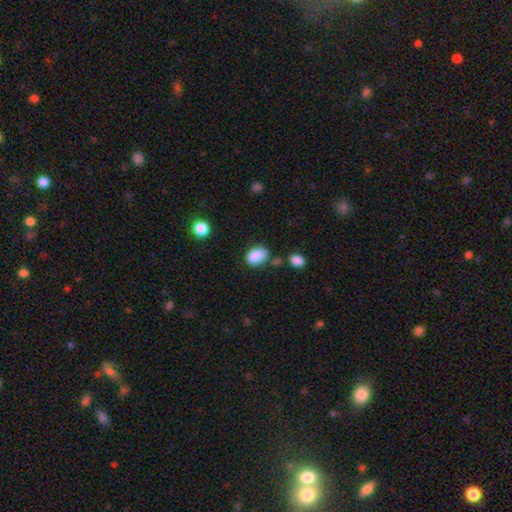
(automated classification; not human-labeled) The model was most divided on "merging": none: 64%, minor disturbance: 22%, merger: 9%, major disturbance: 6%. More confident: smooth or featured — smooth (88%); how rounded — in between (80%).